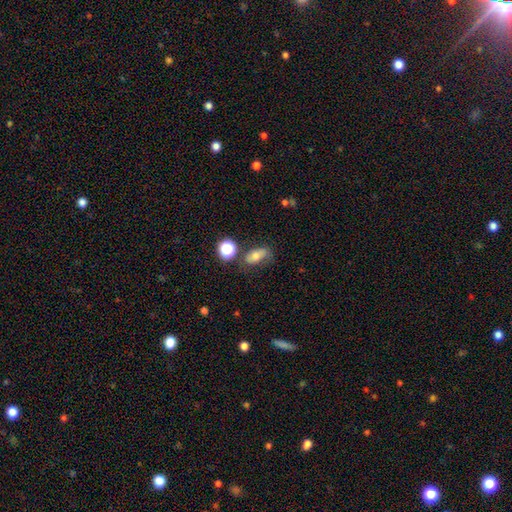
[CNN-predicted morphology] This appears to be a smooth galaxy with no disk features (61%) that is in between round and cigar-shaped (78%). Merging: none (55%).